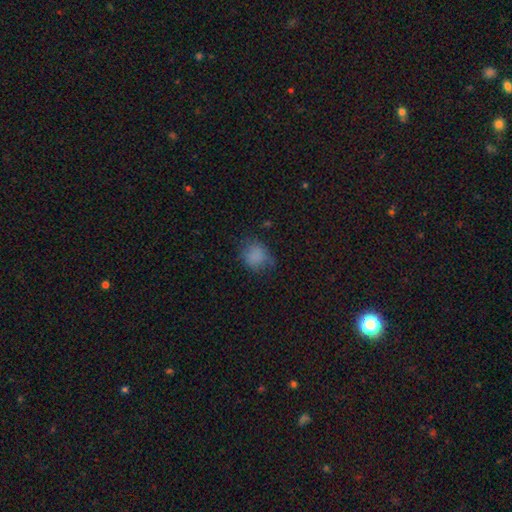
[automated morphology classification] Smooth or featured?
  - smooth: 81% *
  - star or artifact: 11%
  - featured or disk: 8%
How rounded?
  - round: 68% *
  - in between: 31%
  - cigar-shaped: 1%
Merging?
  - none: 62% *
  - minor disturbance: 26%
  - major disturbance: 10%
  - merger: 2%